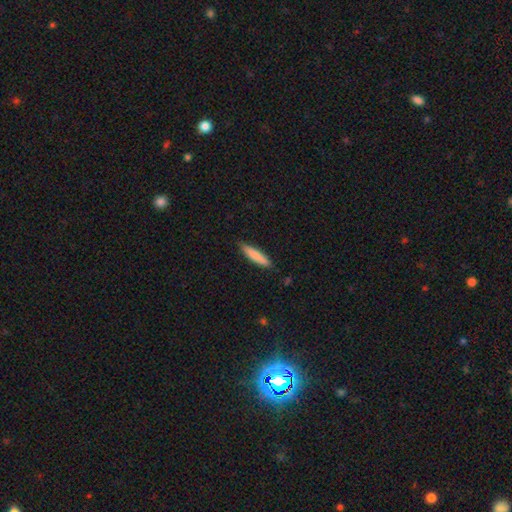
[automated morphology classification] Smooth or featured? Predicted: smooth (p=0.82). How rounded? Predicted: cigar-shaped (p=0.86). Merging? Predicted: none (p=0.85).